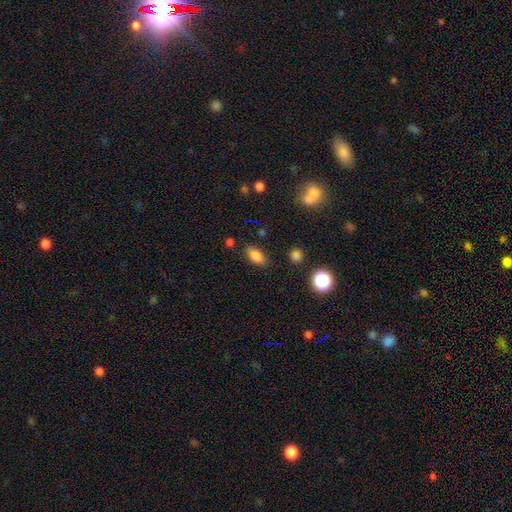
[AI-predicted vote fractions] Smooth or featured?
  - smooth: 76% *
  - star or artifact: 14%
  - featured or disk: 10%
How rounded?
  - in between: 87% *
  - round: 8%
  - cigar-shaped: 5%
Merging?
  - none: 75% *
  - minor disturbance: 16%
  - merger: 4%
  - major disturbance: 4%